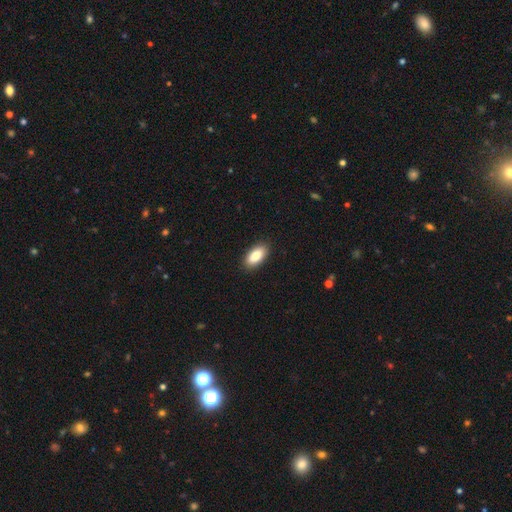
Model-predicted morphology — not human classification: This appears to be a smooth galaxy with no disk features (85%) that is in between round and cigar-shaped (92%). Merging: none (90%).